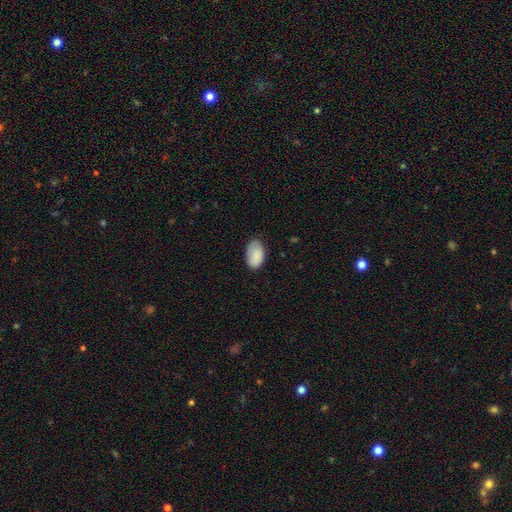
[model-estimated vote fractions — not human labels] Smooth or featured? Predicted: smooth (p=0.88). How rounded? Predicted: in between (p=0.93). Merging? Predicted: none (p=0.76).